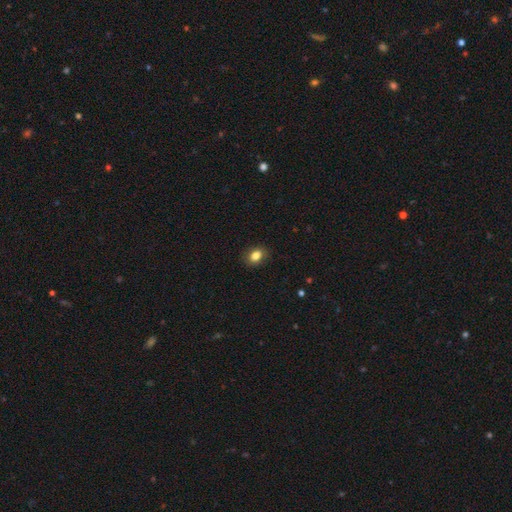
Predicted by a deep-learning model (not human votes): The model was most divided on "how rounded": in between: 69%, round: 29%, cigar-shaped: 1%. More confident: merging — none (87%); smooth or featured — smooth (83%).